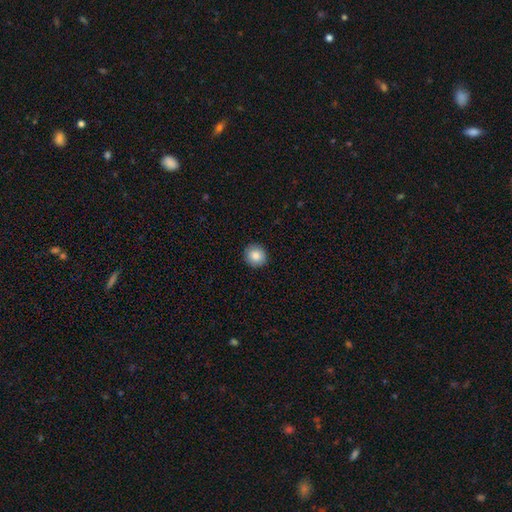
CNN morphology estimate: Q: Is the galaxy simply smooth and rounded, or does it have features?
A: smooth — 85%.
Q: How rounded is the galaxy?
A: round — 90%.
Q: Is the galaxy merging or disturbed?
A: none — 92%.